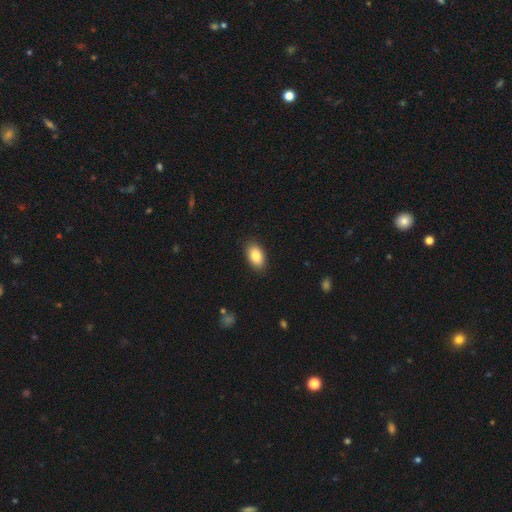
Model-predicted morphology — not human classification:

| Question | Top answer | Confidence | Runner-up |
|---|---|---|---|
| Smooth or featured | smooth | 87% | star or artifact (7%) |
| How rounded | in between | 92% | round (6%) |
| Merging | none | 88% | minor disturbance (9%) |